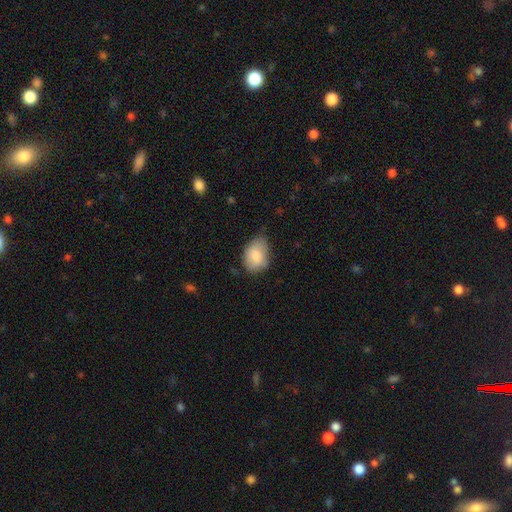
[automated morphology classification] type=smooth (83%); roundness=in between (80%); merging=none (53%).